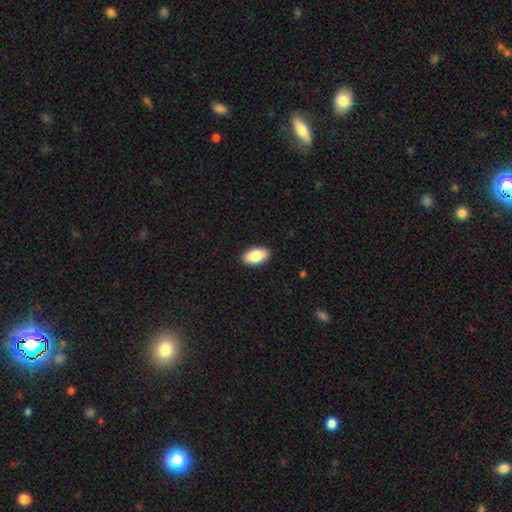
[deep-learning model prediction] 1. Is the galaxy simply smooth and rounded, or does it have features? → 87% smooth, 7% featured or disk, 6% star or artifact.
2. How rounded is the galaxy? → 94% in between, 4% round, 2% cigar-shaped.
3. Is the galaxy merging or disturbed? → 90% none, 7% minor disturbance, 2% major disturbance, 1% merger.